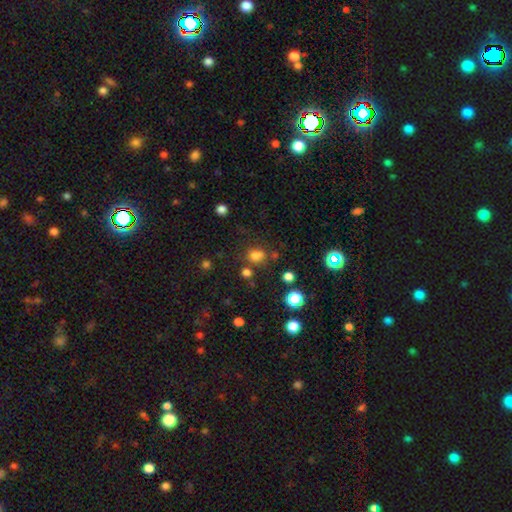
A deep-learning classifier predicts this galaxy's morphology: Overall: smooth (74%). How rounded: round (59%; in between 40%). Merging: none (66%).